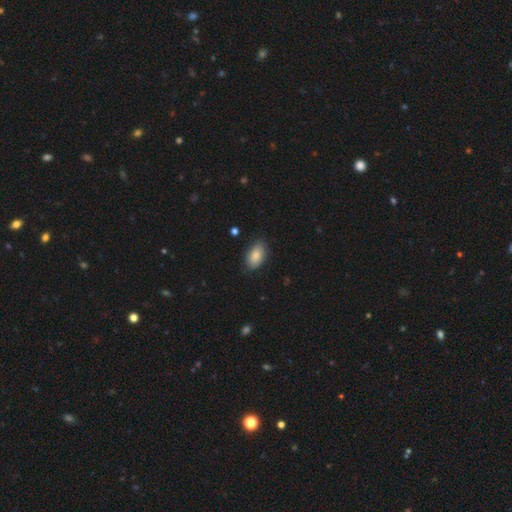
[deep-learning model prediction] Overall: smooth (85%). How rounded: in between (93%). Merging: none (81%).